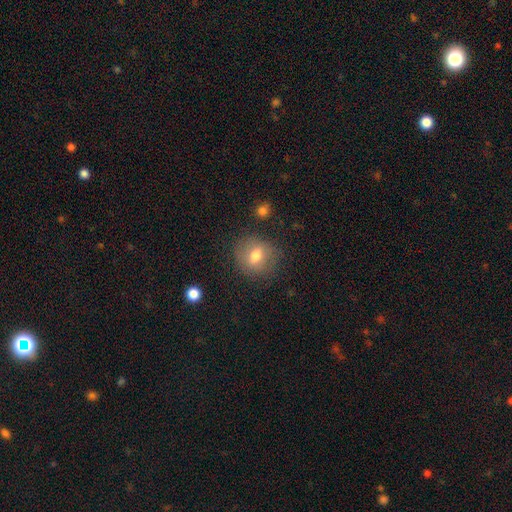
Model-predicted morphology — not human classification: This is likely a smooth galaxy (70%). How rounded: likely round (72%). Merging: likely none (77%).